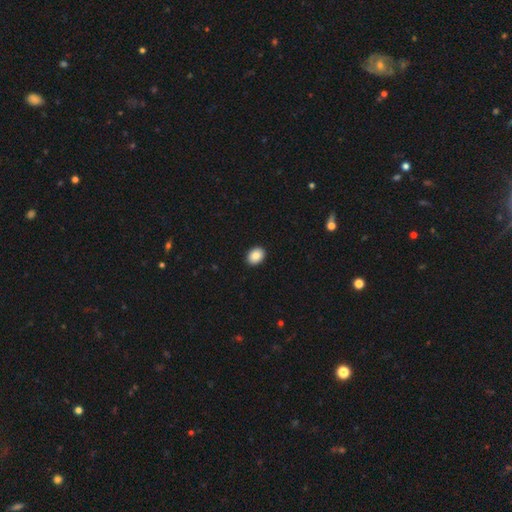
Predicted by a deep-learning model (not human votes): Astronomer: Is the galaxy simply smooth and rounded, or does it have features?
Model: smooth — 87%.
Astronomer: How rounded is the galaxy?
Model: in between — 63%.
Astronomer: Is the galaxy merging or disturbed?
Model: none — 92%.